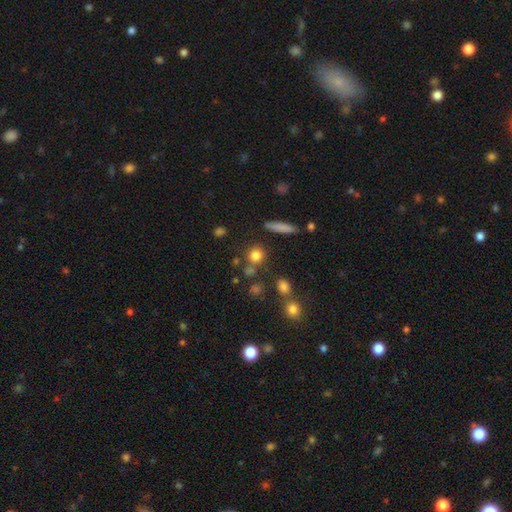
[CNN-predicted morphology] Q: Smooth or featured?
A: smooth (79%); runner-up: star or artifact (12%)
Q: How rounded?
A: round (84%); runner-up: in between (12%)
Q: Merging?
A: none (74%); runner-up: merger (12%)